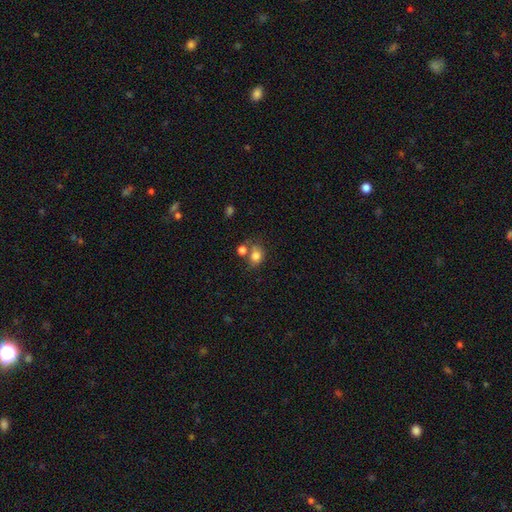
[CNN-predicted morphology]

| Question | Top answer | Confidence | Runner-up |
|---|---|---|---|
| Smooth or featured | smooth | 78% | star or artifact (12%) |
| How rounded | round | 57% | in between (42%) |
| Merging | none | 49% | merger (31%) |